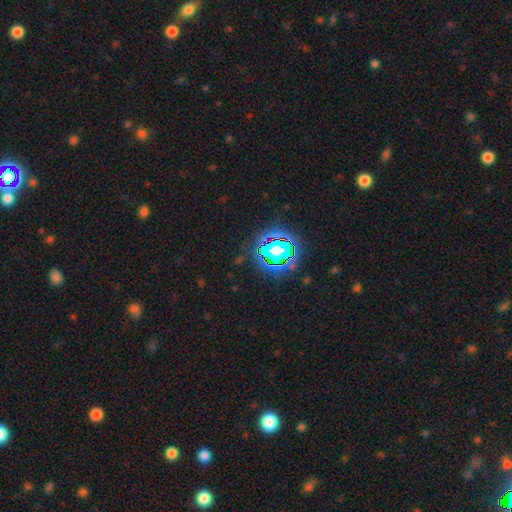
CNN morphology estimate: Smooth or featured? Predicted: star or artifact (p=0.76).